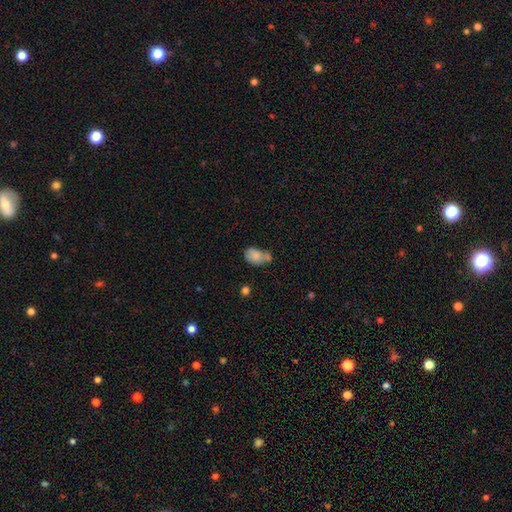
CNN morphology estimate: Overall: smooth (81%). How rounded: in between (75%). Merging: merger (39%; none 36%).